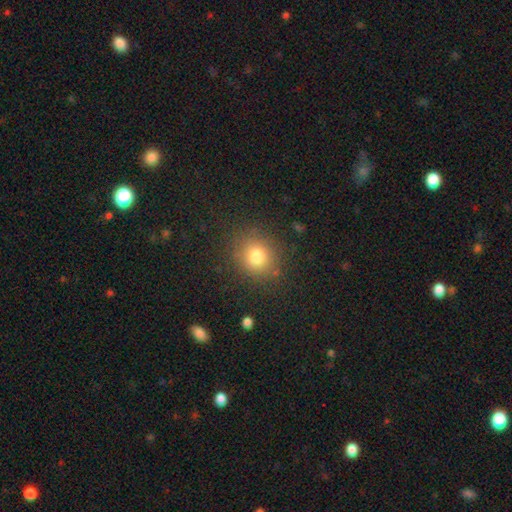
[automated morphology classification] Smooth or featured?
  - smooth: 80% *
  - star or artifact: 13%
  - featured or disk: 7%
How rounded?
  - round: 78% *
  - in between: 21%
  - cigar-shaped: 1%
Merging?
  - none: 84% *
  - minor disturbance: 10%
  - major disturbance: 4%
  - merger: 2%